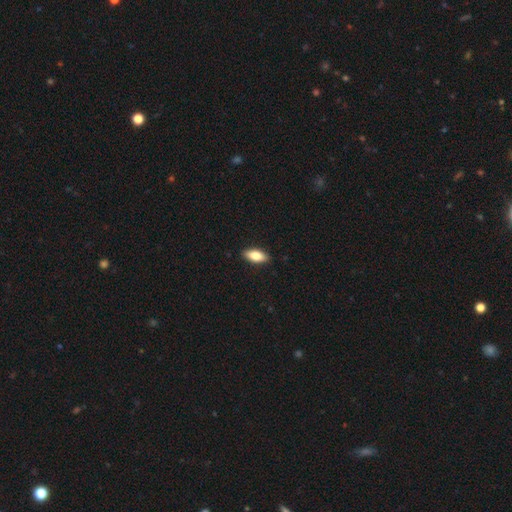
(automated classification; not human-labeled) Q: Smooth or featured?
A: smooth (79%); runner-up: featured or disk (14%)
Q: How rounded?
A: in between (83%); runner-up: cigar-shaped (14%)
Q: Merging?
A: none (90%); runner-up: minor disturbance (8%)